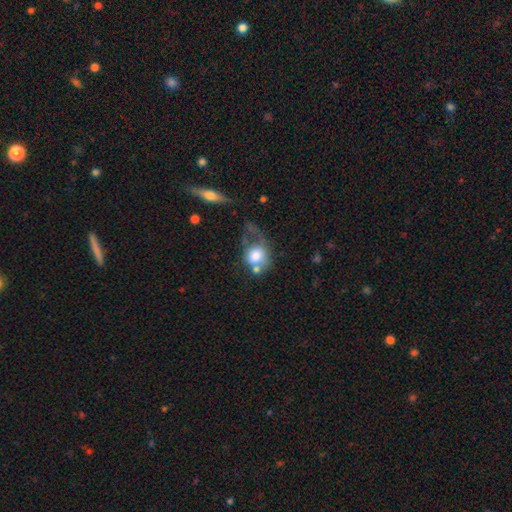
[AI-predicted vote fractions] Smooth or featured? Predicted: smooth (p=0.70). How rounded? Predicted: round (p=0.57). Merging? Predicted: merger (p=0.30).